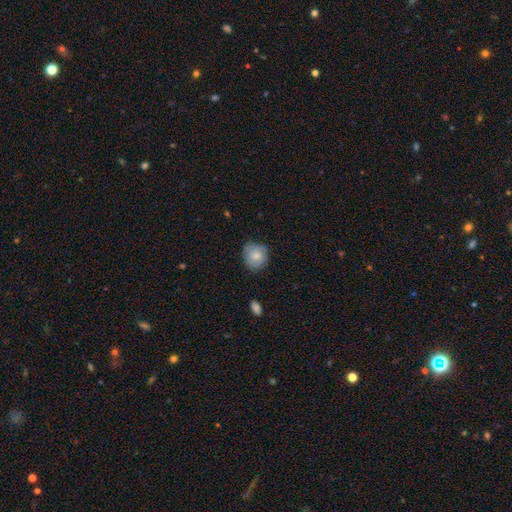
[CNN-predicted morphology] The model was most divided on "merging": none: 73%, minor disturbance: 22%, major disturbance: 4%, merger: 1%. More confident: how rounded — round (82%); smooth or featured — smooth (77%).